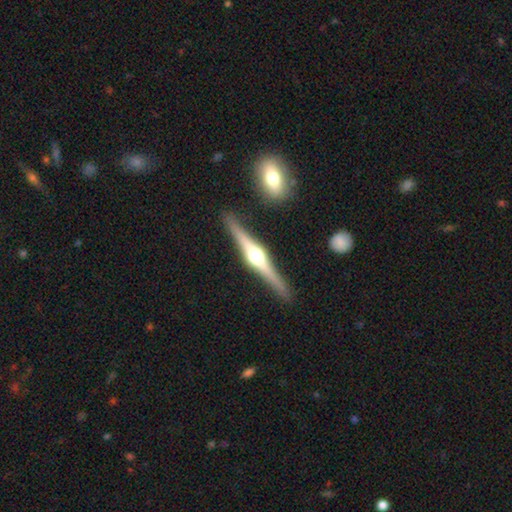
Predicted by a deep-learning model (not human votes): Smooth or featured? Predicted: featured or disk (p=0.80). Edge-on disk? Predicted: yes (p=0.98). Edge-on bulge? Predicted: rounded (p=0.94). Merging? Predicted: none (p=0.89).